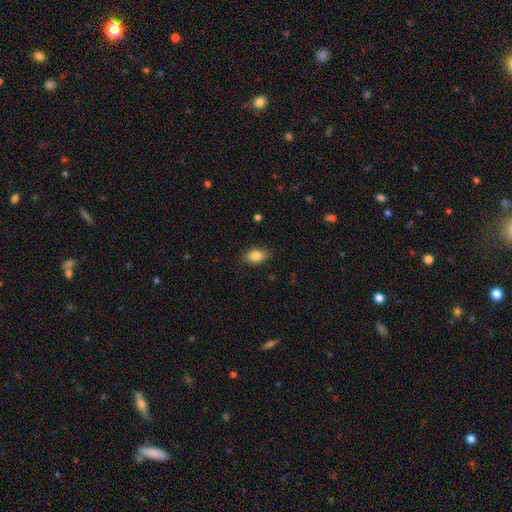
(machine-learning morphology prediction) smooth-or-featured: smooth: 84% | featured or disk: 8% | star or artifact: 8%
  how-rounded: in between: 85% | round: 13% | cigar-shaped: 3%
  merging: none: 84% | minor disturbance: 12% | major disturbance: 3% | merger: 1%